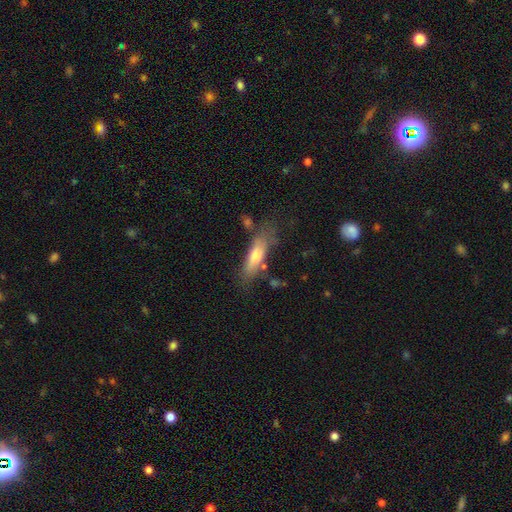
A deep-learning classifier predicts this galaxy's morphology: Q: Smooth or featured?
A: smooth (60%); runner-up: featured or disk (31%)
Q: How rounded?
A: cigar-shaped (58%); runner-up: in between (40%)
Q: Merging?
A: none (60%); runner-up: minor disturbance (23%)